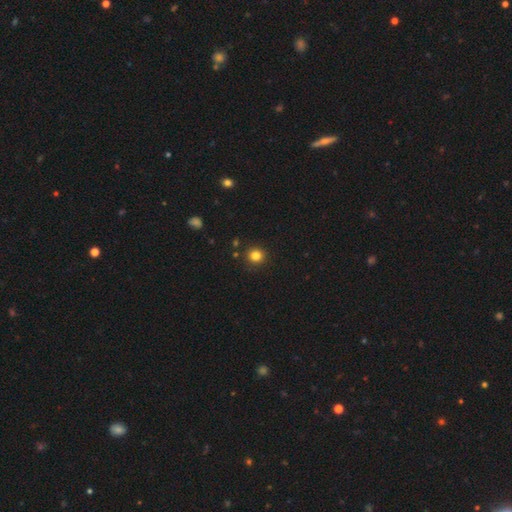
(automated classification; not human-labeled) This is clearly a smooth galaxy (82%). How rounded: clearly round (92%). Merging: clearly none (90%).